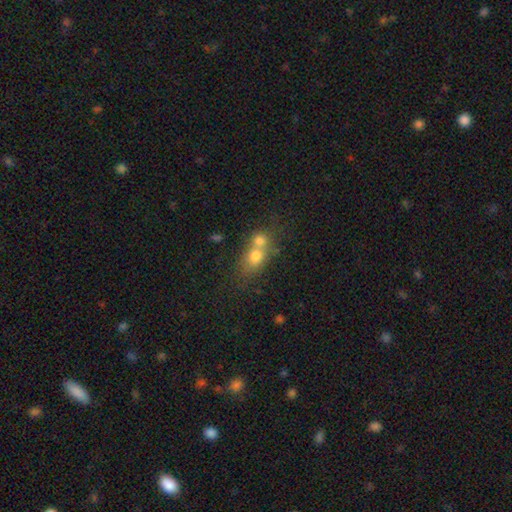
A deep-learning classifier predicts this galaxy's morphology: The model was most divided on "how rounded": in between: 51%, round: 45%, cigar-shaped: 3%. More confident: smooth or featured — smooth (70%); merging — merger (64%).